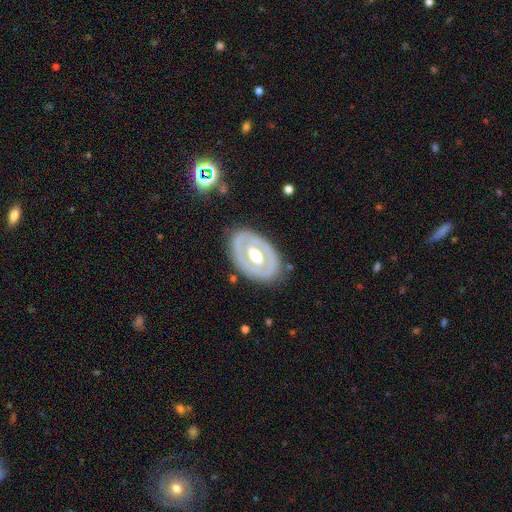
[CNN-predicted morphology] smooth-or-featured: featured or disk: 68% | smooth: 27% | star or artifact: 4%
  disk-edge-on: no: 92% | yes: 8%
    bar: no: 59% | weak: 26% | strong: 15%
    has-spiral-arms: no: 81% | yes: 19%
    bulge-size: moderate: 62% | large: 29% | small: 6% | dominant: 2% | none: 1%
  merging: none: 80% | minor disturbance: 14% | major disturbance: 5% | merger: 1%